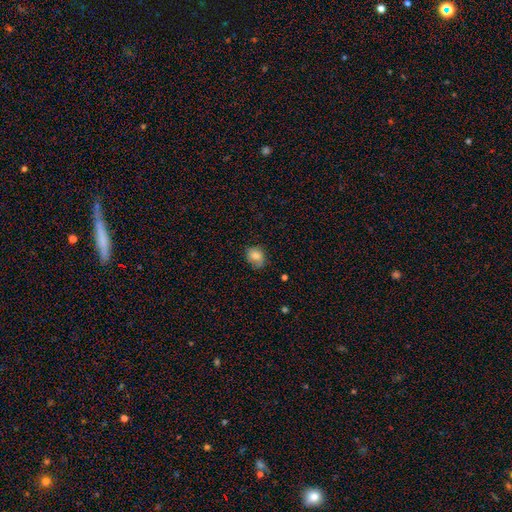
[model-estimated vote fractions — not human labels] Smooth or featured? Predicted: smooth (p=0.80). How rounded? Predicted: round (p=0.60). Merging? Predicted: none (p=0.66).